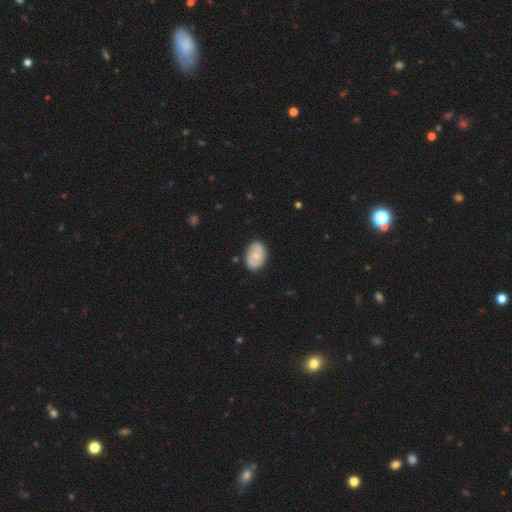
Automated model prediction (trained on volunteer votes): Morphology: type=smooth (57%); roundness=in between (82%); merging=none (81%).